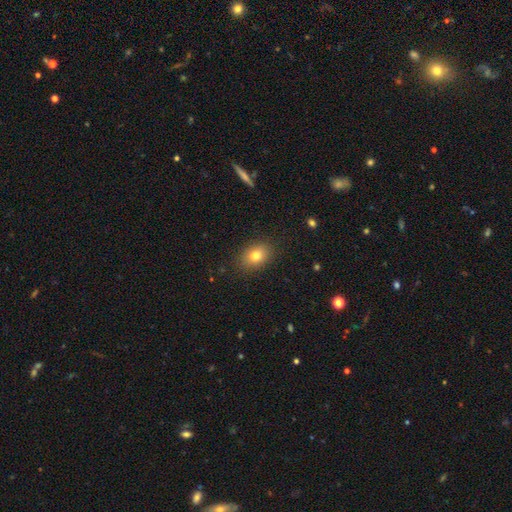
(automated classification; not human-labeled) Smooth or featured? Predicted: smooth (p=0.78). How rounded? Predicted: in between (p=0.72). Merging? Predicted: none (p=0.87).